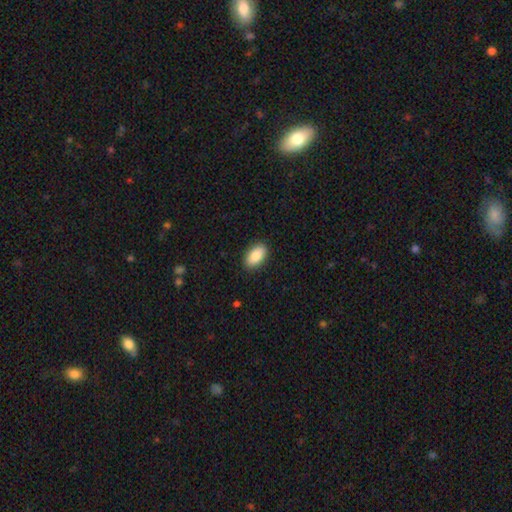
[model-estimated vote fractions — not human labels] Morphology: type=smooth (86%); roundness=in between (94%); merging=none (89%).